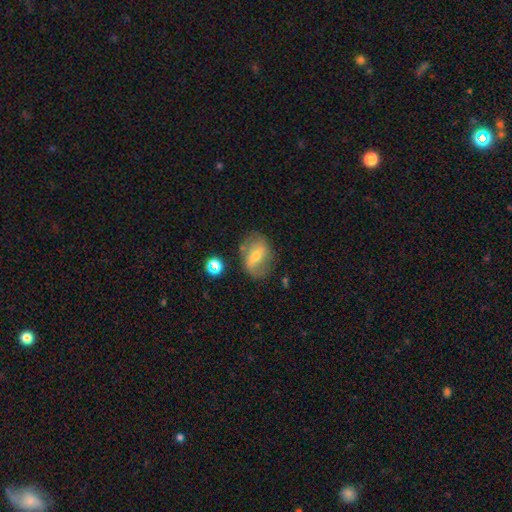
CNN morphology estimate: Smooth or featured: featured or disk — 55% (smooth — 36%)
Edge-on disk: no — 93% (yes — 7%)
Bar: weak — 42% (strong — 34%)
Spiral arms: yes — 67% (no — 33%)
Bulge size: moderate — 52% (small — 41%)
Merging: none — 67% (minor disturbance — 21%)